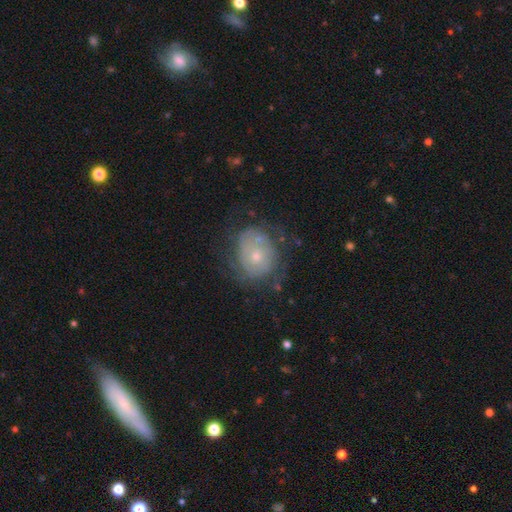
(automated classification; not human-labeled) Q: Smooth or featured?
A: featured or disk (55%); runner-up: smooth (36%)
Q: Edge-on disk?
A: no (97%); runner-up: yes (3%)
Q: Bar?
A: no (85%); runner-up: weak (13%)
Q: Spiral arms?
A: yes (60%); runner-up: no (40%)
Q: Bulge size?
A: small (57%); runner-up: moderate (38%)
Q: Merging?
A: none (58%); runner-up: minor disturbance (24%)